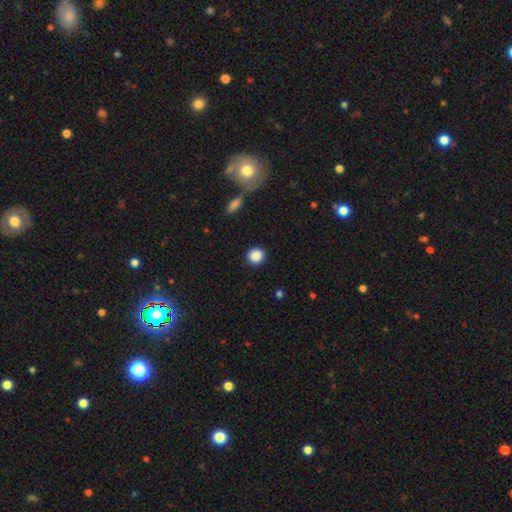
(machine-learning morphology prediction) A smooth galaxy with no disk features (88%) that is round (91%). Merging: none (91%).